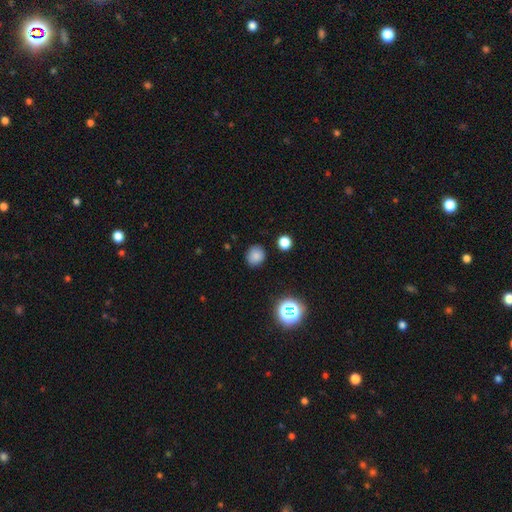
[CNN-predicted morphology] A smooth galaxy with no disk features (80%) that is round (77%). Merging: none (85%).